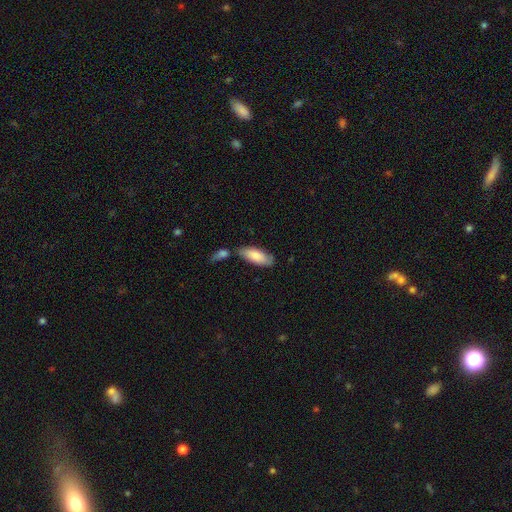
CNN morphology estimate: Smooth or featured: smooth — 79% (featured or disk — 15%)
How rounded: in between — 76% (cigar-shaped — 23%)
Merging: none — 61% (merger — 18%)